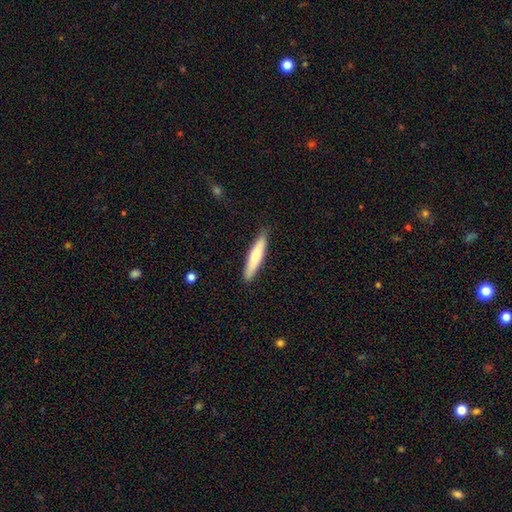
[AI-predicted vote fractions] smooth-or-featured: smooth: 66% | featured or disk: 29% | star or artifact: 5%
  how-rounded: cigar-shaped: 88% | in between: 11% | round: 1%
  merging: none: 88% | minor disturbance: 9% | major disturbance: 2% | merger: 1%